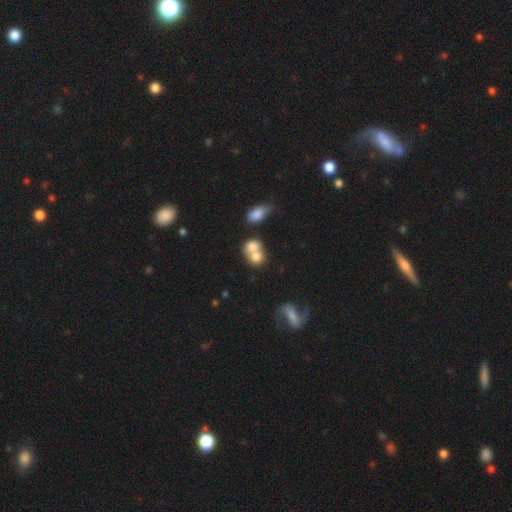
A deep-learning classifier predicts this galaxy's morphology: Smooth or featured?
  - smooth: 72% *
  - featured or disk: 18%
  - star or artifact: 10%
How rounded?
  - round: 64% *
  - in between: 35%
  - cigar-shaped: 1%
Merging?
  - merger: 63% *
  - none: 25%
  - minor disturbance: 7%
  - major disturbance: 5%